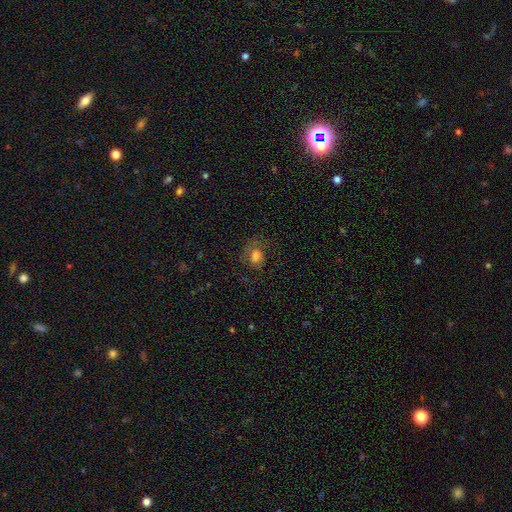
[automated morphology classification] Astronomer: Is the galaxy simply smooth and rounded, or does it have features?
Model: smooth — 61%.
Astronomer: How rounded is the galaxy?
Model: round — 55% (runner-up: in between, 44%).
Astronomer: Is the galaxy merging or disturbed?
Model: none — 55%.